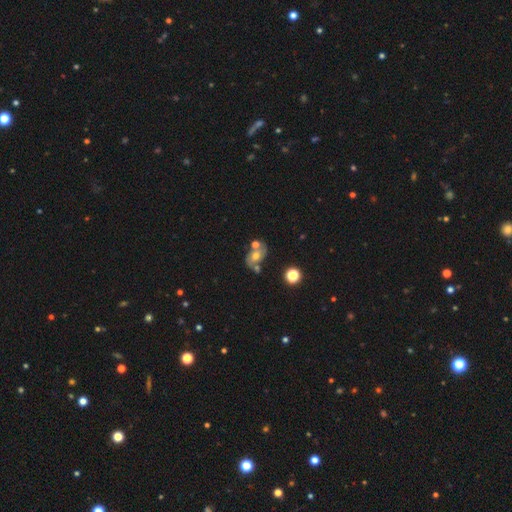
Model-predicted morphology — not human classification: The model was most divided on "smooth or featured": featured or disk: 51%, smooth: 36%, star or artifact: 12%. Remaining: edge-on disk — no (95%); merging — none (45%).